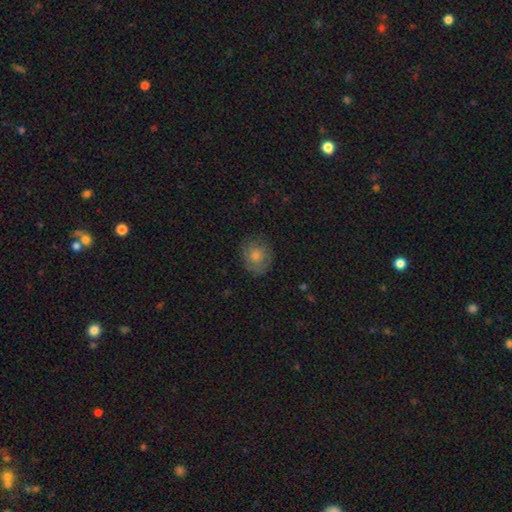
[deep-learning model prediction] Overall: smooth (69%). How rounded: round (78%). Merging: none (81%).